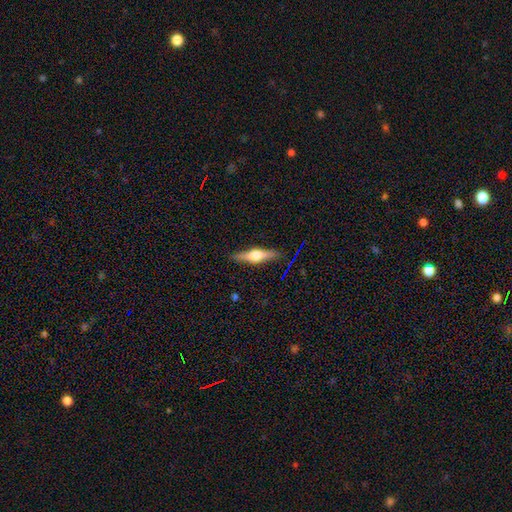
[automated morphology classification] Smooth or featured? featured or disk (65%)
Edge-on disk? yes (97%)
Edge-on bulge? rounded (93%)
Merging? none (88%)